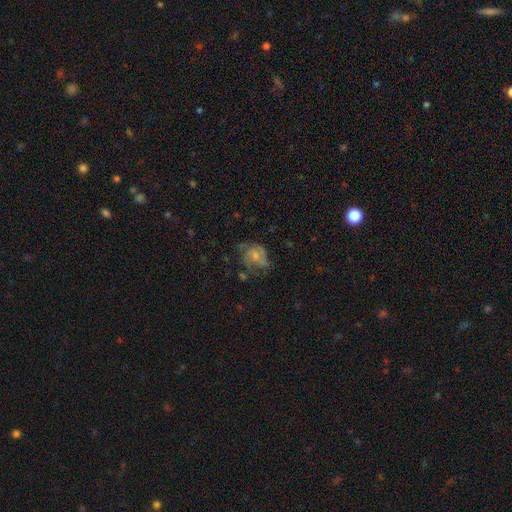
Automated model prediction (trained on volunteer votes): Q: Smooth or featured?
A: featured or disk (52%); runner-up: smooth (37%)
Q: Edge-on disk?
A: no (97%); runner-up: yes (3%)
Q: Bar?
A: no (70%); runner-up: weak (26%)
Q: Spiral arms?
A: yes (65%); runner-up: no (35%)
Q: Bulge size?
A: moderate (39%); runner-up: small (37%)
Q: Merging?
A: none (44%); runner-up: major disturbance (27%)